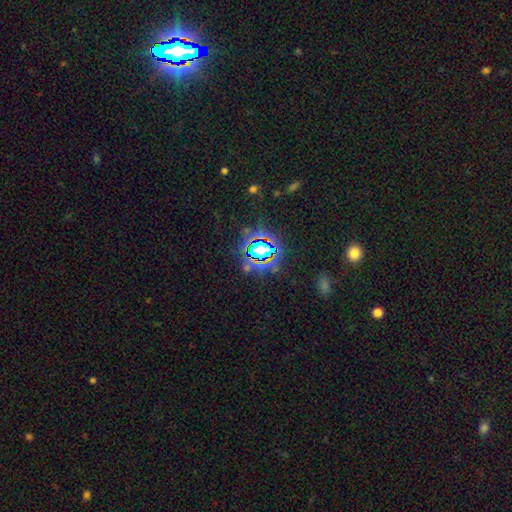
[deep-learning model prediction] Smooth or featured?
  - star or artifact: 78% *
  - smooth: 14%
  - featured or disk: 8%